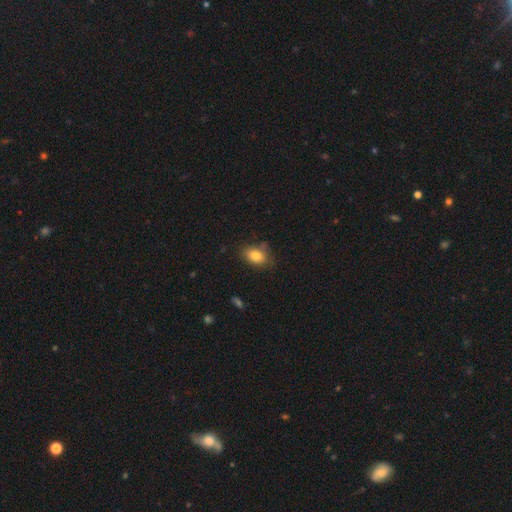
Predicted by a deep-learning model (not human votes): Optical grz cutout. It shows a smooth galaxy with no disk features (82%) that is in between round and cigar-shaped (81%). Merging: none (71%).